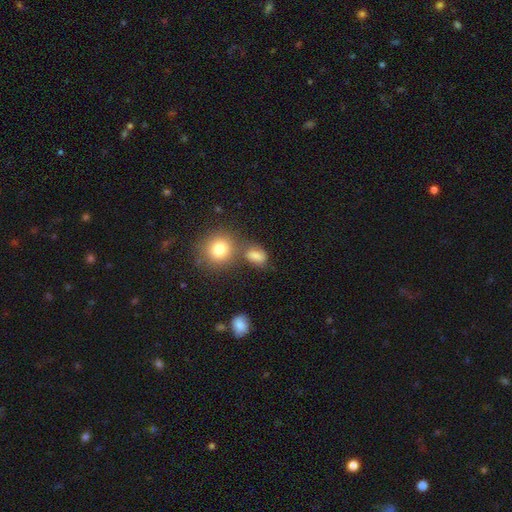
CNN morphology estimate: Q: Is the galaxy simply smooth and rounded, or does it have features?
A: smooth — 78%.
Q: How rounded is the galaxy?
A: in between — 72%.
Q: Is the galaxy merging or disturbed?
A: none — 53%.